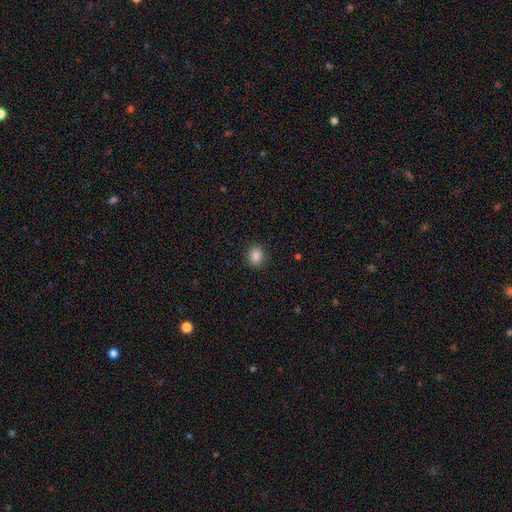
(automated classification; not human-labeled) Smooth or featured: smooth — 86% (star or artifact — 10%)
How rounded: round — 64% (in between — 35%)
Merging: none — 90% (minor disturbance — 7%)